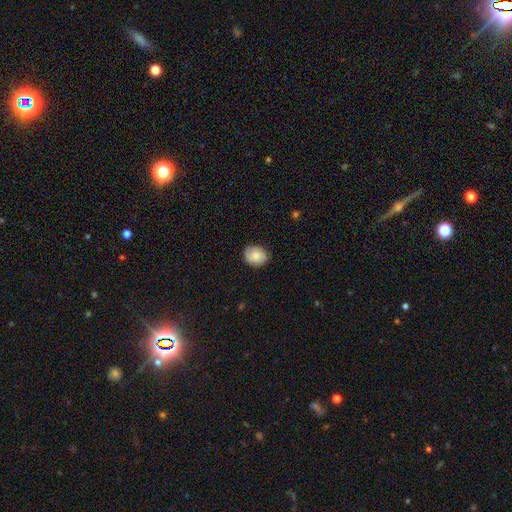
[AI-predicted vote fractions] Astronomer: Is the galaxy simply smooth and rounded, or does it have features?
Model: smooth — 83%.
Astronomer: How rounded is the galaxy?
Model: round — 65%.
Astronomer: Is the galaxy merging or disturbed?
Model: none — 81%.